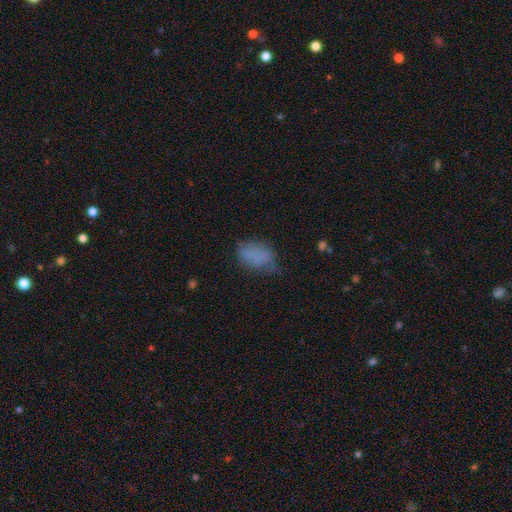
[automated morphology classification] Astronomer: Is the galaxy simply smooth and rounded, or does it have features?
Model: smooth — 76%.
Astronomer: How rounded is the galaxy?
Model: in between — 88%.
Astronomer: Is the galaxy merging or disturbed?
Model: none — 48% (runner-up: minor disturbance, 34%).